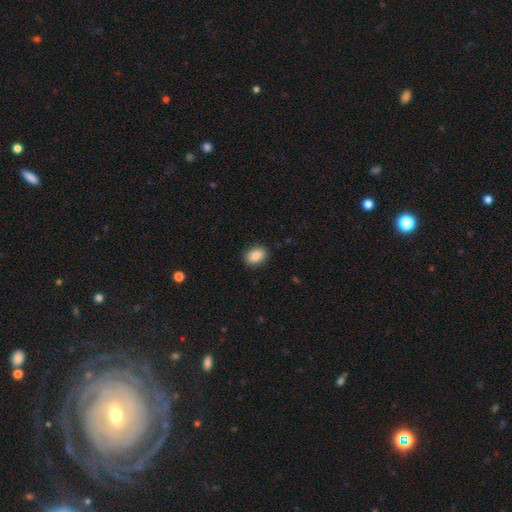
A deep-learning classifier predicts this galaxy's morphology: Smooth or featured? smooth (87%)
How rounded? in between (73%)
Merging? none (88%)